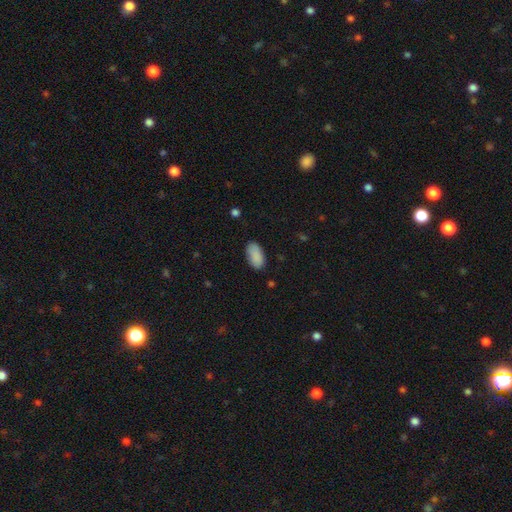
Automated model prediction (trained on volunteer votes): Smooth or featured: smooth — 89% (star or artifact — 7%)
How rounded: in between — 94% (cigar-shaped — 3%)
Merging: none — 82% (minor disturbance — 14%)